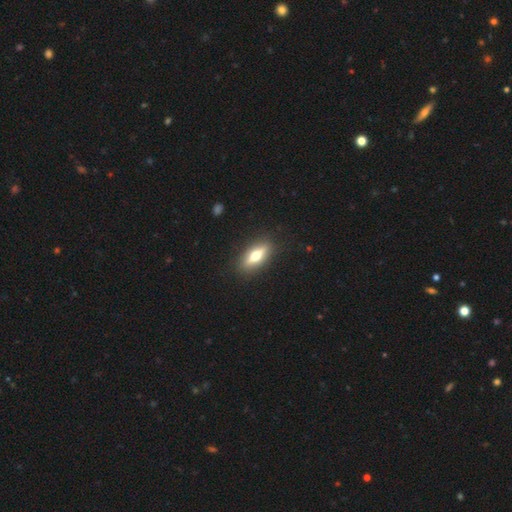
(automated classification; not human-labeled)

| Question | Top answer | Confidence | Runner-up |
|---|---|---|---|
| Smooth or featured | featured or disk | 48% | smooth (46%) |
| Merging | none | 89% | minor disturbance (8%) |